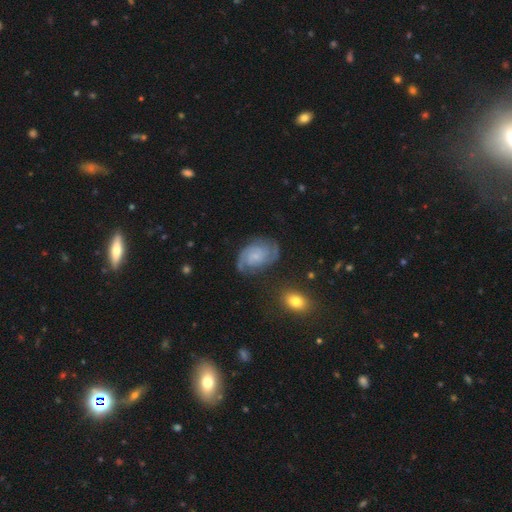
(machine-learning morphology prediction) Smooth or featured? Predicted: featured or disk (p=0.81). Edge-on disk? Predicted: no (p=0.97). Bar? Predicted: no (p=0.66). Spiral arms? Predicted: yes (p=0.96). Spiral winding? Predicted: tight (p=0.48). Spiral arm count? Predicted: 2 (p=0.76). Bulge size? Predicted: small (p=0.65). Merging? Predicted: none (p=0.73).